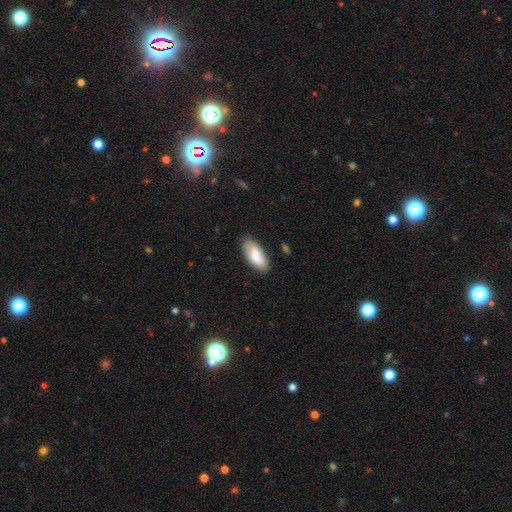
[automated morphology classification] A smooth galaxy with no disk features (75%) that is in between round and cigar-shaped (88%). Merging: none (83%).